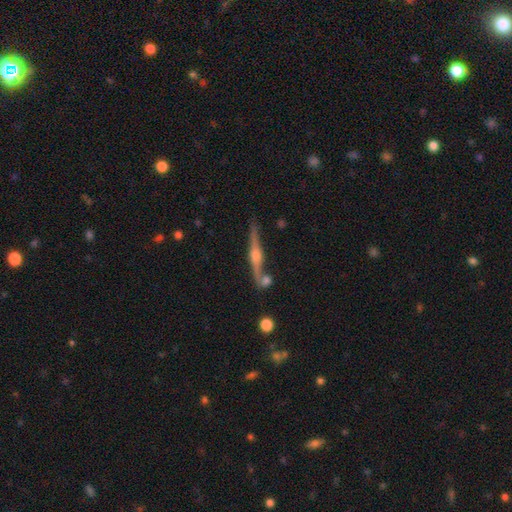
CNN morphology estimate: This is clearly a featured or disk galaxy (82%). It is clearly viewed edge-on (97%). Edge-on bulge: clearly rounded (86%). Merging: likely none (74%).